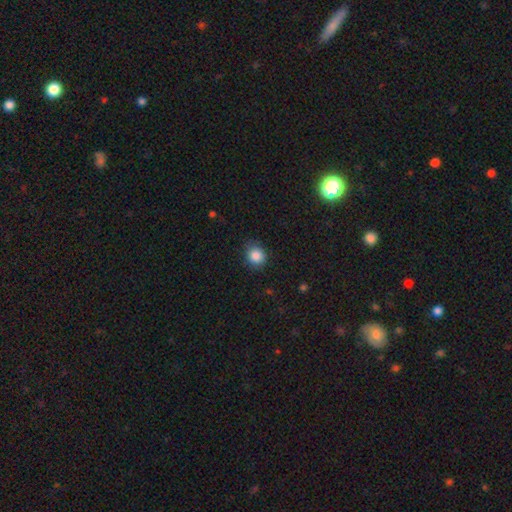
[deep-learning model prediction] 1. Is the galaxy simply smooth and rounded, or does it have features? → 86% smooth, 10% star or artifact, 4% featured or disk.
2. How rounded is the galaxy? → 78% round, 21% in between, 1% cigar-shaped.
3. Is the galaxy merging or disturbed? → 79% none, 17% minor disturbance, 3% major disturbance, 1% merger.